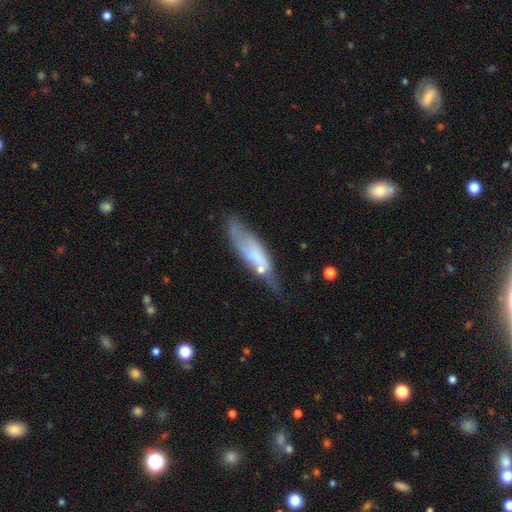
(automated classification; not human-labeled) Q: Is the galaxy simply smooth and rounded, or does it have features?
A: smooth — 54%.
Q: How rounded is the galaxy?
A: cigar-shaped — 58%.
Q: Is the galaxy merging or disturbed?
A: none — 46%.